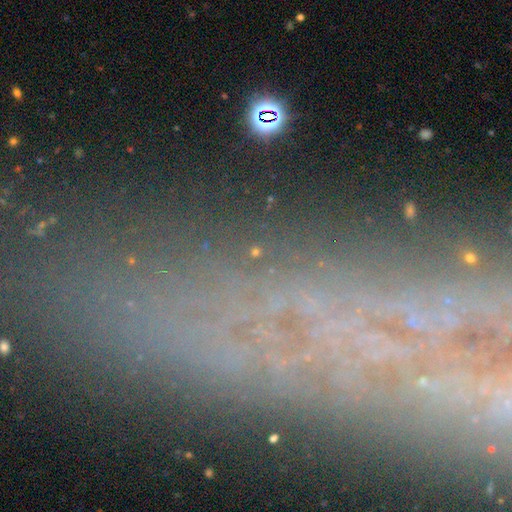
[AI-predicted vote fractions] This appears to be a star or artifact, not a galaxy (48%).